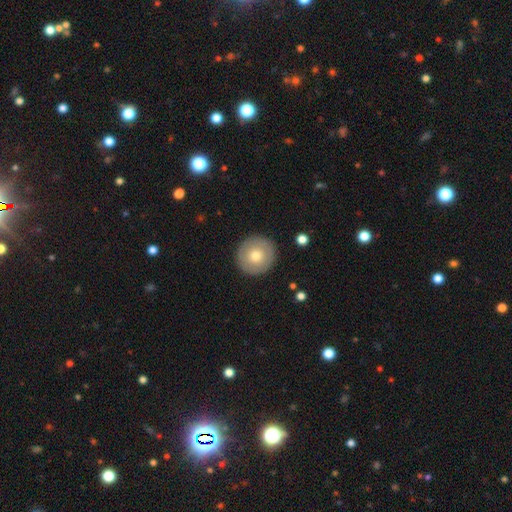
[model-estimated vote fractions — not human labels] Overall: smooth (68%). How rounded: round (95%). Merging: none (91%).